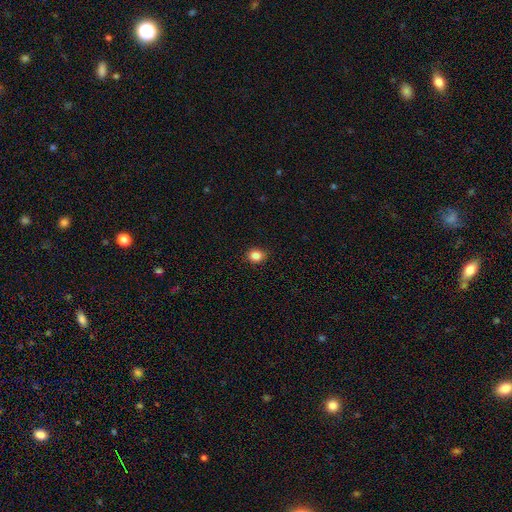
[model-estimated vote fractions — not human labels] Morphology: type=smooth (86%); roundness=round (67%); merging=none (87%).